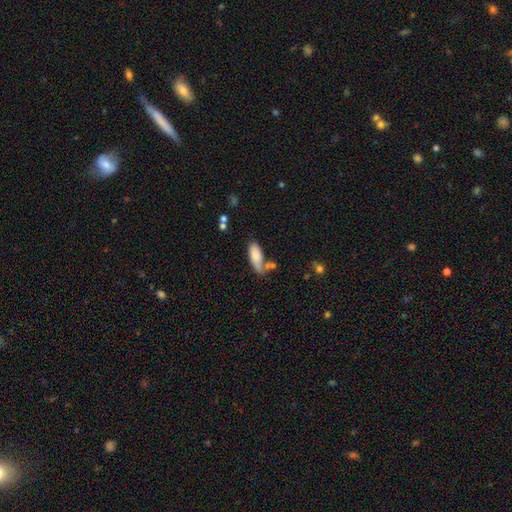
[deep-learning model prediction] Smooth or featured?
  - smooth: 81% *
  - featured or disk: 11%
  - star or artifact: 7%
How rounded?
  - in between: 75% *
  - cigar-shaped: 23%
  - round: 2%
Merging?
  - none: 45% *
  - minor disturbance: 23%
  - merger: 21%
  - major disturbance: 10%